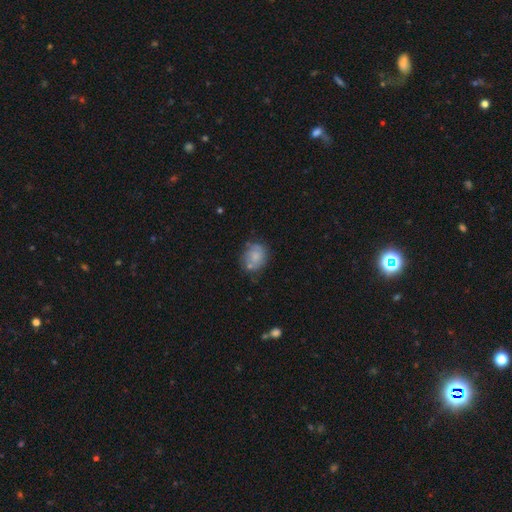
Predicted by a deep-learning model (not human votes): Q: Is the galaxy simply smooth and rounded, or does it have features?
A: smooth — 63%.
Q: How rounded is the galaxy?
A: round — 53%.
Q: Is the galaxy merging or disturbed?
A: none — 55%.